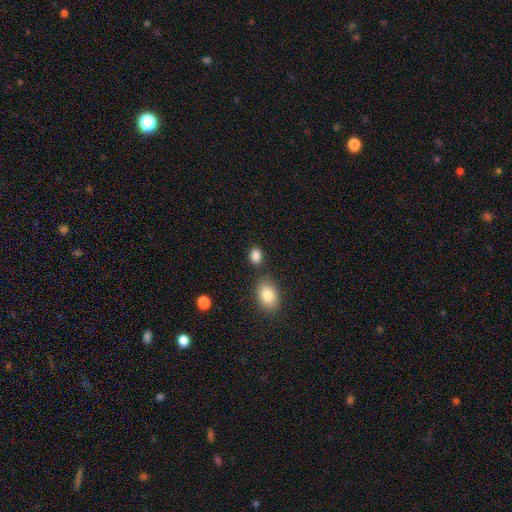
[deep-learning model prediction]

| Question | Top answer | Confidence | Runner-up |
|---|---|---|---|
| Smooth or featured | smooth | 86% | star or artifact (10%) |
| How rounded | in between | 66% | round (33%) |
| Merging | none | 74% | minor disturbance (12%) |